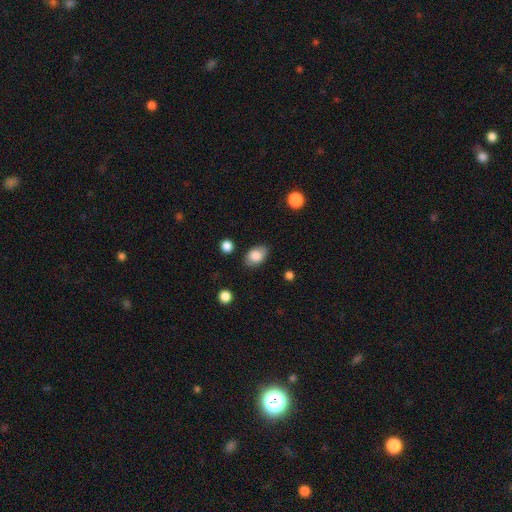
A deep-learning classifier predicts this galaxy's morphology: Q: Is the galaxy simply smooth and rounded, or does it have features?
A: smooth — 83%.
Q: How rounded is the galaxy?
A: in between — 85%.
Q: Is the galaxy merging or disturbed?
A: none — 82%.